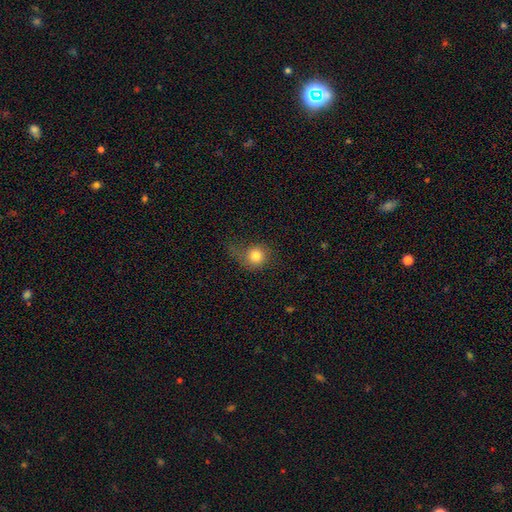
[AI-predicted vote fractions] Smooth or featured?
  - smooth: 78% *
  - featured or disk: 12%
  - star or artifact: 10%
How rounded?
  - round: 87% *
  - in between: 12%
  - cigar-shaped: 1%
Merging?
  - none: 48% *
  - minor disturbance: 25%
  - major disturbance: 24%
  - merger: 3%